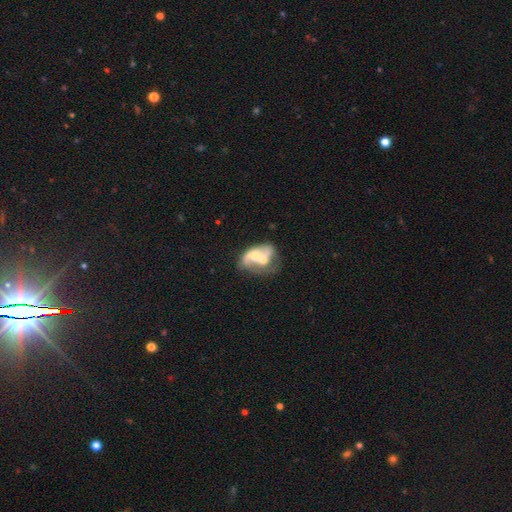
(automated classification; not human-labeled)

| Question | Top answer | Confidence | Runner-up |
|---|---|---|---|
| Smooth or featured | featured or disk | 64% | smooth (28%) |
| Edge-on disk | no | 97% | yes (3%) |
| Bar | no | 74% | weak (21%) |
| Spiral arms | yes | 55% | no (45%) |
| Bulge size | moderate | 53% | small (27%) |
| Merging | merger | 55% | none (17%) |